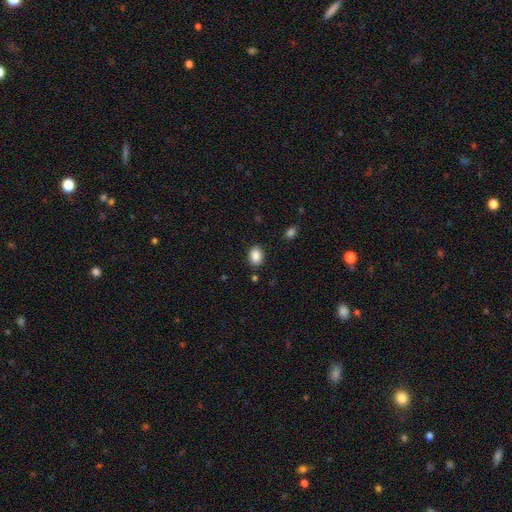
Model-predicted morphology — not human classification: Smooth or featured? Predicted: smooth (p=0.88). How rounded? Predicted: in between (p=0.66). Merging? Predicted: none (p=0.86).